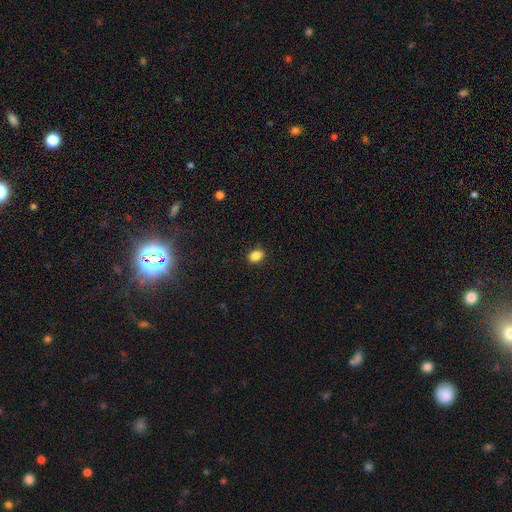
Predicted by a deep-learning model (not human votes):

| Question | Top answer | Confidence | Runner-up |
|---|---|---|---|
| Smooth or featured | smooth | 87% | star or artifact (10%) |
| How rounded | in between | 70% | round (29%) |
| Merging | none | 88% | minor disturbance (9%) |